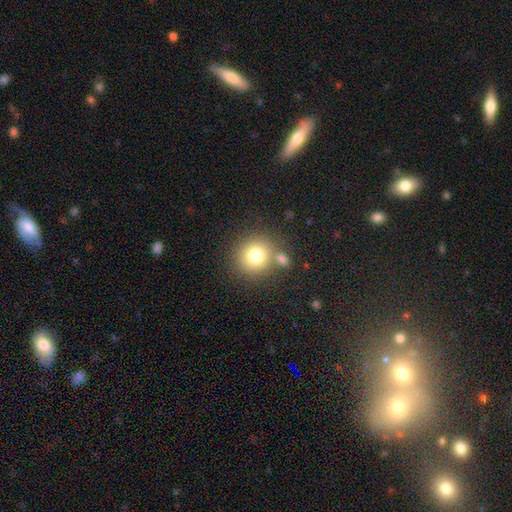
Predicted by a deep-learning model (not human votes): Smooth or featured? Predicted: smooth (p=0.77). How rounded? Predicted: round (p=0.90). Merging? Predicted: none (p=0.69).